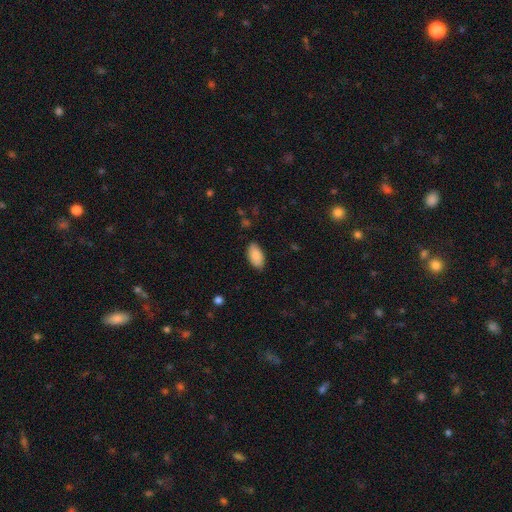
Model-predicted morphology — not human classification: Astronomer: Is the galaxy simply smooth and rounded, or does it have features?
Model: smooth — 88%.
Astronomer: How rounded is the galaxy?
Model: in between — 95%.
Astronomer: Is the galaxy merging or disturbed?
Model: none — 85%.